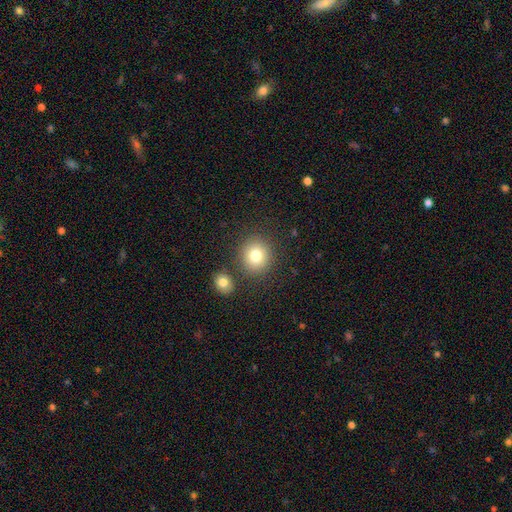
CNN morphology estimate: Q: Smooth or featured?
A: smooth (80%); runner-up: star or artifact (11%)
Q: How rounded?
A: round (85%); runner-up: in between (14%)
Q: Merging?
A: none (82%); runner-up: minor disturbance (8%)